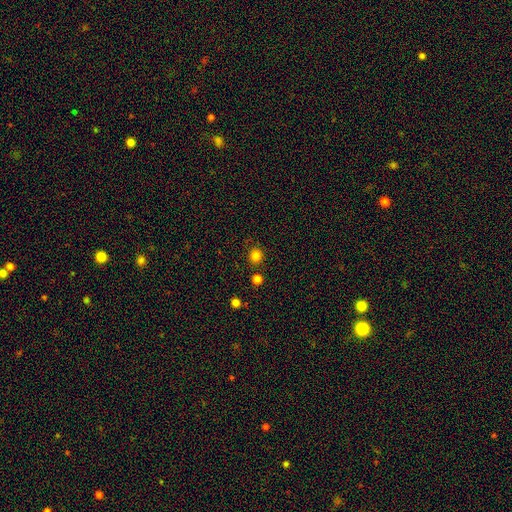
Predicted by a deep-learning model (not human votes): smooth 82%, star or artifact 14%, featured or disk 4%. Down the decision tree: how rounded — round (91%); merging — none (85%).